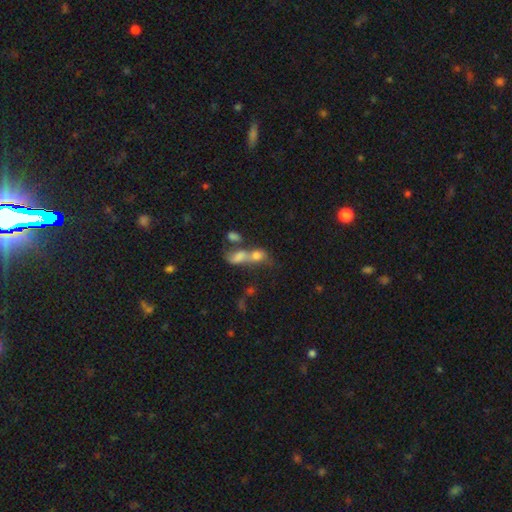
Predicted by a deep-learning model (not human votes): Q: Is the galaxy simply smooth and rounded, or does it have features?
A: smooth — 64%.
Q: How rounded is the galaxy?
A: in between — 64%.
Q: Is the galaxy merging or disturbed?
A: merger — 67%.